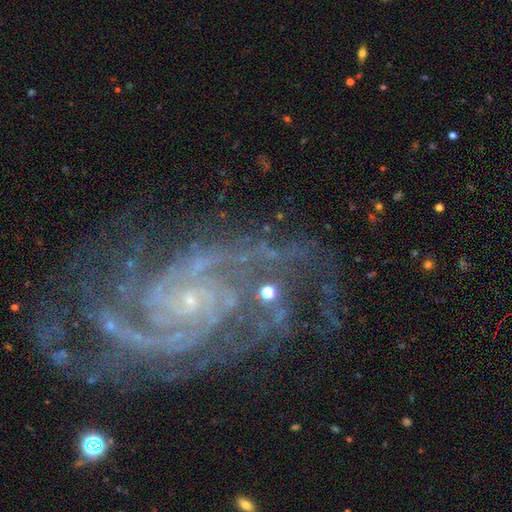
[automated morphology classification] Overall: featured or disk (92%). Edge-on disk: no (98%). Bar: no (68%). Spiral arms: yes (99%). Spiral arm count: 2 (28%; 3 22%). Spiral winding: tight (57%; medium 37%). Bulge size: small (86%). Merging: none (64%).